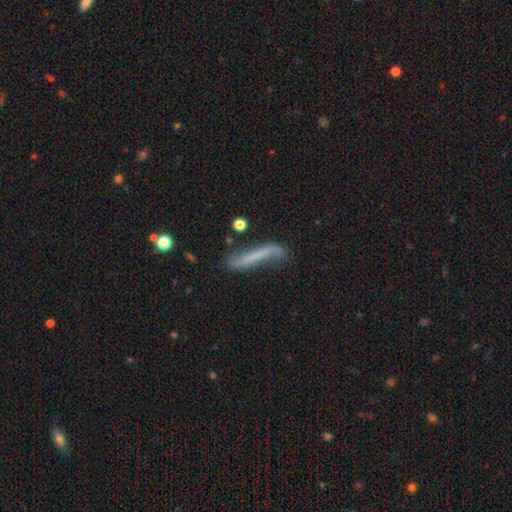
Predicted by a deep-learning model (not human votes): Smooth or featured: featured or disk — 46% (smooth — 45%)
Merging: none — 49% (minor disturbance — 28%)